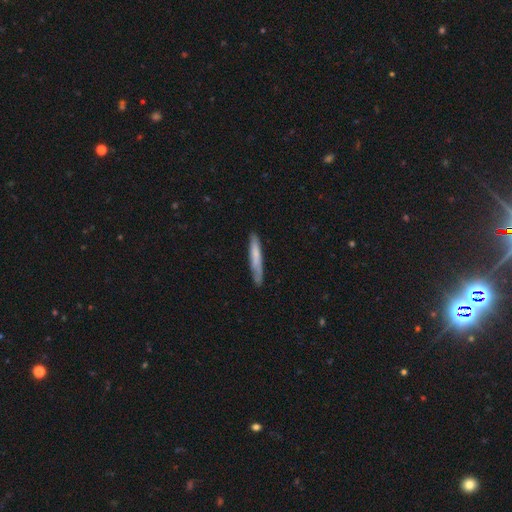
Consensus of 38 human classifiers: A smooth galaxy with no disk features (68%) that is cigar-shaped (92%).

Vote fractions:
- Smooth or featured? smooth: 68% / featured or disk: 24% / star or artifact: 8%
- How rounded? cigar-shaped: 92% / round: 4% / in between: 4%
- Merging? none: 91% / minor disturbance: 6% / major disturbance: 3% / merger: 0%